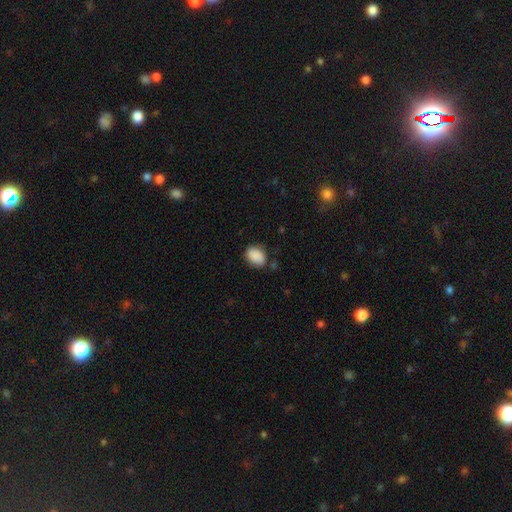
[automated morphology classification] Smooth or featured? Predicted: smooth (p=0.88). How rounded? Predicted: in between (p=0.77). Merging? Predicted: none (p=0.74).